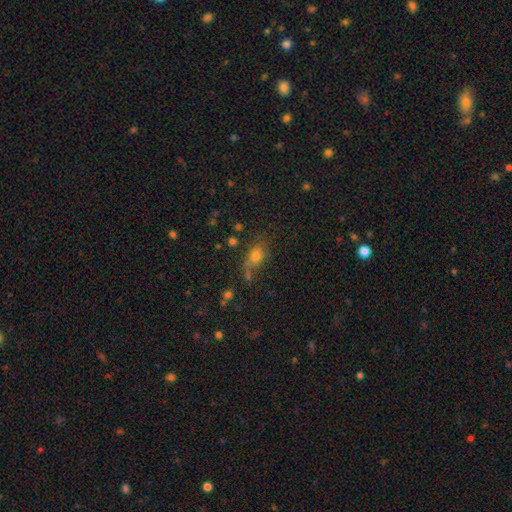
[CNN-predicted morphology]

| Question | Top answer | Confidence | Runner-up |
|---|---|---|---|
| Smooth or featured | smooth | 68% | star or artifact (19%) |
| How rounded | in between | 57% | round (38%) |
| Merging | none | 55% | minor disturbance (20%) |